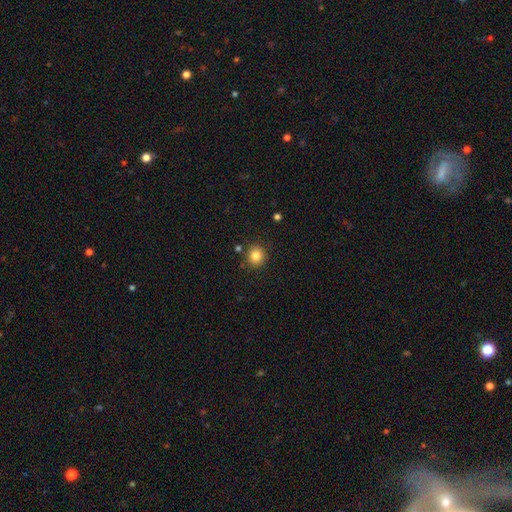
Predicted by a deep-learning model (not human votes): Smooth or featured: smooth — 83% (star or artifact — 11%)
How rounded: round — 92% (in between — 7%)
Merging: none — 87% (minor disturbance — 7%)